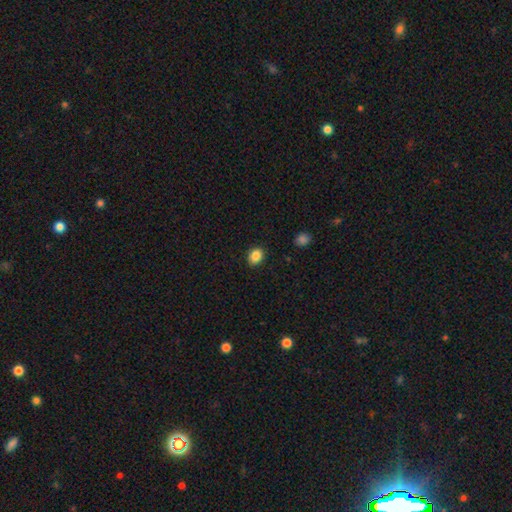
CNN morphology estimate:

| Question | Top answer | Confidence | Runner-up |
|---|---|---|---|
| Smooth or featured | smooth | 87% | star or artifact (9%) |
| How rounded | in between | 51% | round (48%) |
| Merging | none | 88% | minor disturbance (9%) |